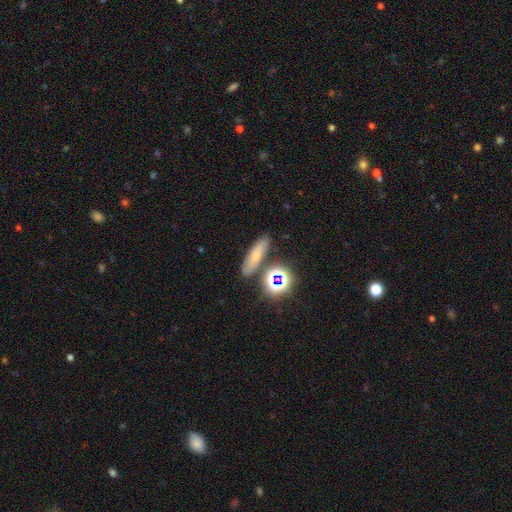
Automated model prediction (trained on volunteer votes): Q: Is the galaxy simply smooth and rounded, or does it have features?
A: smooth — 62%.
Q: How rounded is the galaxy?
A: cigar-shaped — 52%.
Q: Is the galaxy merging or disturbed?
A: none — 79%.